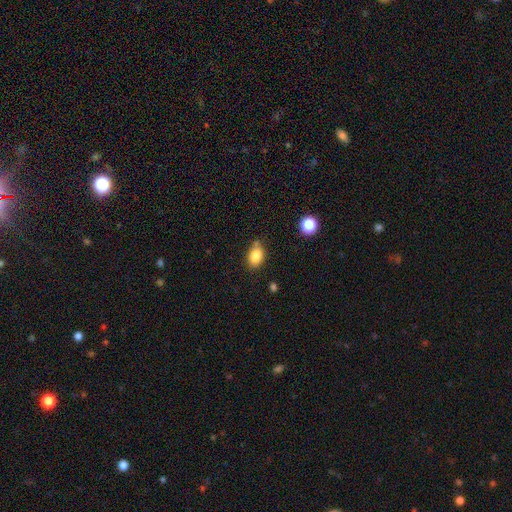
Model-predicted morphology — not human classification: smooth-or-featured: smooth: 84% | star or artifact: 10% | featured or disk: 6%
  how-rounded: in between: 76% | round: 23% | cigar-shaped: 1%
  merging: none: 69% | minor disturbance: 20% | merger: 7% | major disturbance: 4%